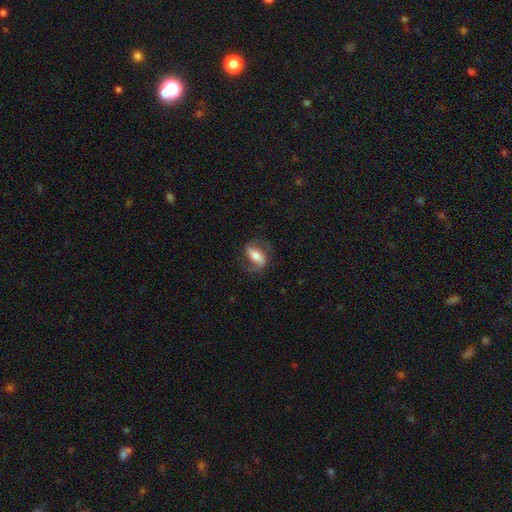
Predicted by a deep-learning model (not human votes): This is likely a featured or disk galaxy (61%). It is clearly not viewed edge-on (91%). Bar: possibly strong (51%). Spiral arm pattern: clearly yes (85%). Central bulge: possibly moderate (57%). Merging: likely none (70%).